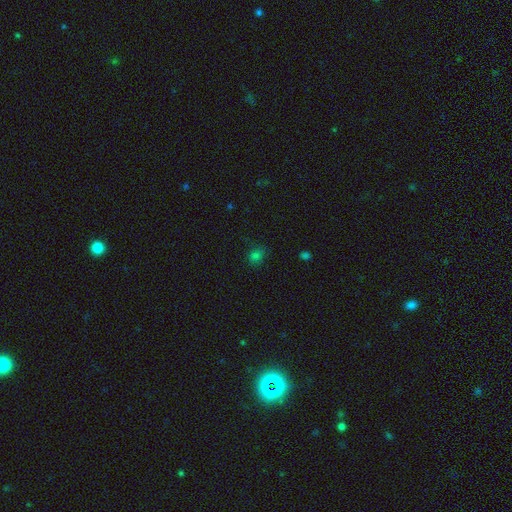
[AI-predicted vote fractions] Smooth or featured? Predicted: smooth (p=0.75). How rounded? Predicted: round (p=0.63). Merging? Predicted: none (p=0.75).